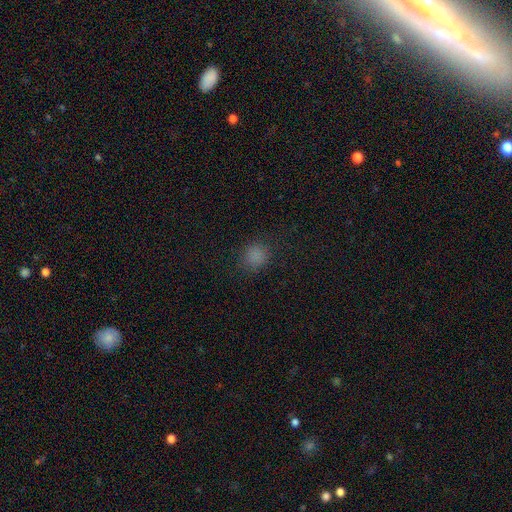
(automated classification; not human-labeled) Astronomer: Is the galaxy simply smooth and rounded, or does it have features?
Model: smooth — 81%.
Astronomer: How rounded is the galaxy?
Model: round — 82%.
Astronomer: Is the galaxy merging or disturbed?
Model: none — 85%.